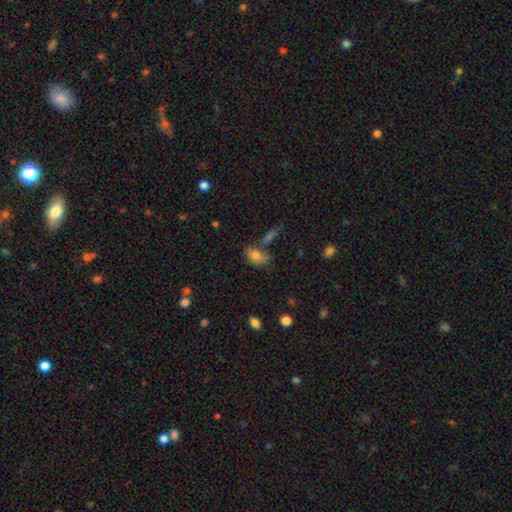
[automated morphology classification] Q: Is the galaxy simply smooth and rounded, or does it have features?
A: smooth — 78%.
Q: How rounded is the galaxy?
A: in between — 87%.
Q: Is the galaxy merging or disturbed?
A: none — 59%.